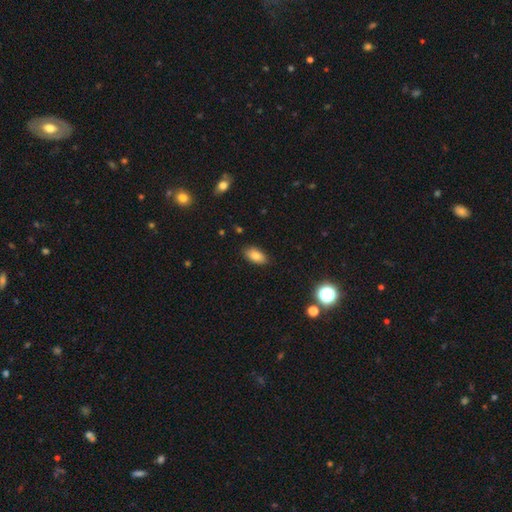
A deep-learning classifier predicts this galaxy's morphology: Smooth or featured: smooth — 82% (star or artifact — 9%)
How rounded: in between — 92% (round — 4%)
Merging: none — 86% (minor disturbance — 10%)